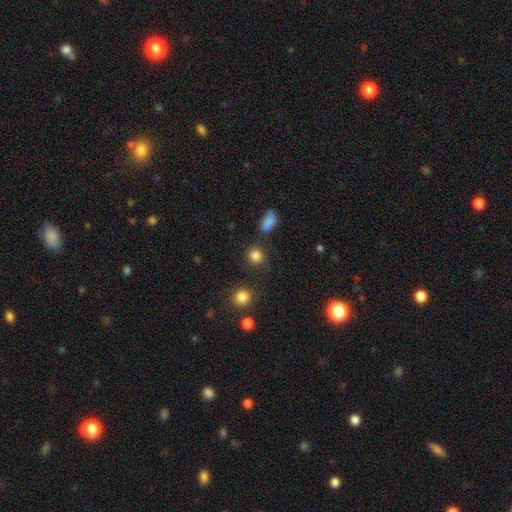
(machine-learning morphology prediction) type=smooth (83%); roundness=round (87%); merging=none (83%).